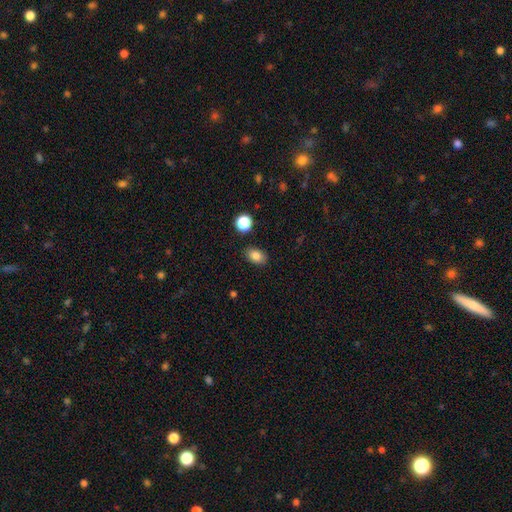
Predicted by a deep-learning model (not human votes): Smooth or featured? Predicted: smooth (p=0.84). How rounded? Predicted: in between (p=0.81). Merging? Predicted: none (p=0.86).